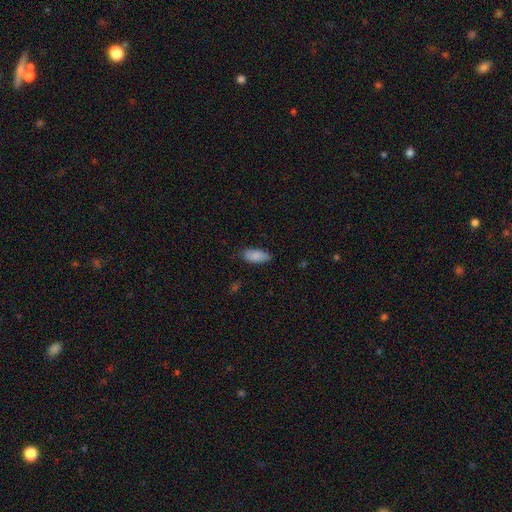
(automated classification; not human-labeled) A smooth galaxy with no disk features (87%) that is in between round and cigar-shaped (86%).

Vote fractions:
- Smooth or featured? smooth: 87% / featured or disk: 7% / star or artifact: 6%
- How rounded? in between: 86% / cigar-shaped: 12% / round: 2%
- Merging? none: 79% / minor disturbance: 17% / major disturbance: 3% / merger: 1%